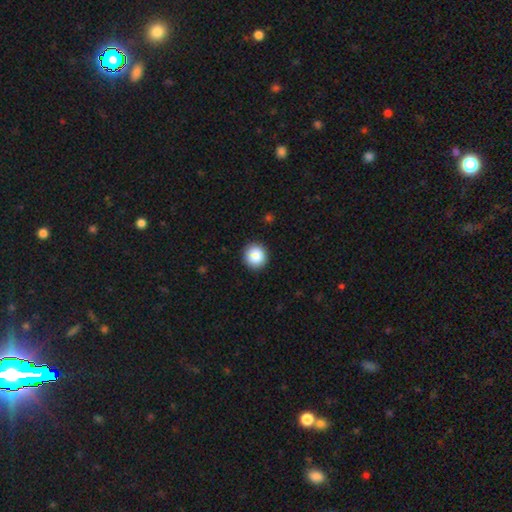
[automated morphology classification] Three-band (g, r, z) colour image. It shows a smooth galaxy with no disk features (88%) that is round (92%). Merging: none (89%).